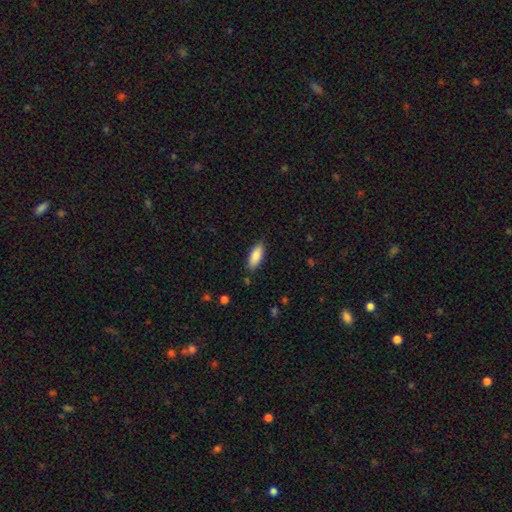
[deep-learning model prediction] This is clearly a smooth galaxy (87%). How rounded: likely in between (73%). Merging: clearly none (84%).